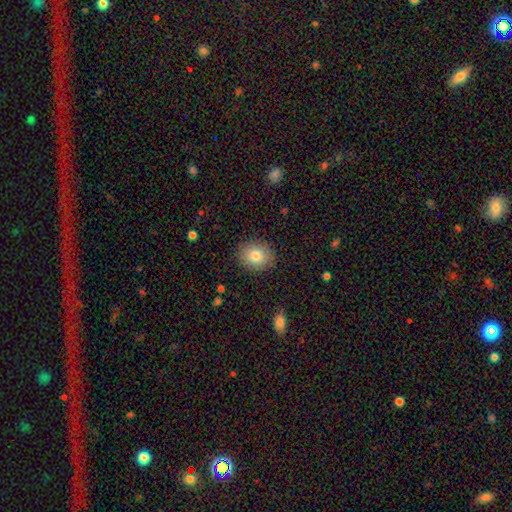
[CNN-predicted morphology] Smooth or featured? smooth (81%)
How rounded? round (55%)
Merging? none (88%)